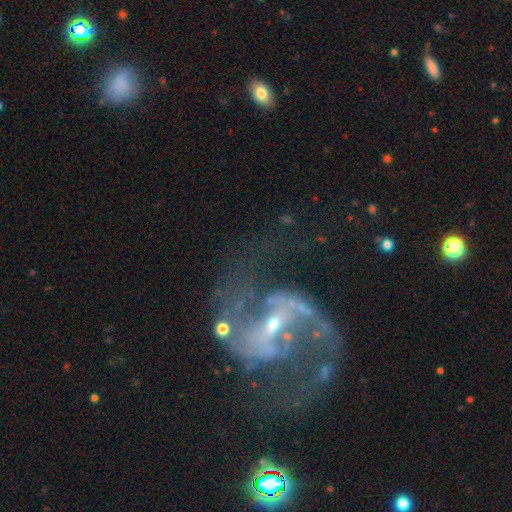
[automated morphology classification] Smooth or featured? featured or disk (91%)
Edge-on disk? no (98%)
Bar? weak (43%)
Spiral arms? yes (97%)
Spiral winding? medium (50%)
Spiral arm count? 2 (92%)
Bulge size? small (71%)
Merging? none (63%)